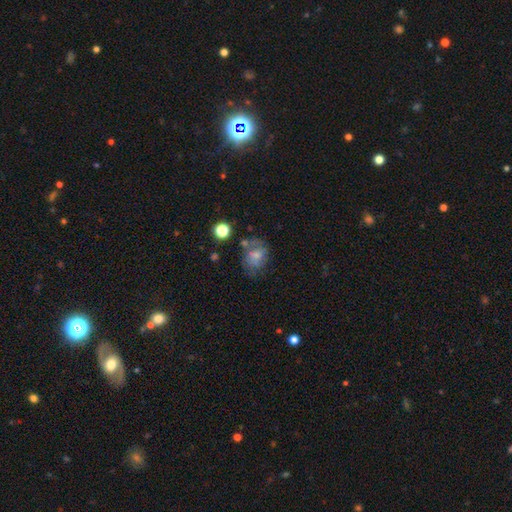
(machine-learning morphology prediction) Smooth or featured?
  - smooth: 58% *
  - featured or disk: 31%
  - star or artifact: 11%
How rounded?
  - in between: 53% *
  - round: 46%
  - cigar-shaped: 1%
Merging?
  - none: 45% *
  - minor disturbance: 26%
  - major disturbance: 19%
  - merger: 10%